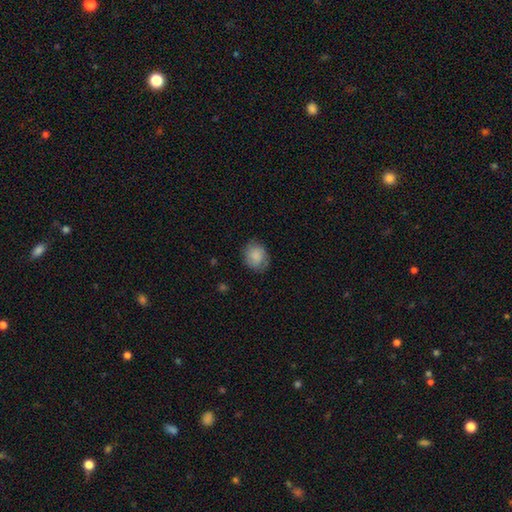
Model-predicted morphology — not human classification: Q: Smooth or featured?
A: smooth (82%); runner-up: featured or disk (10%)
Q: How rounded?
A: round (61%); runner-up: in between (39%)
Q: Merging?
A: none (77%); runner-up: minor disturbance (18%)